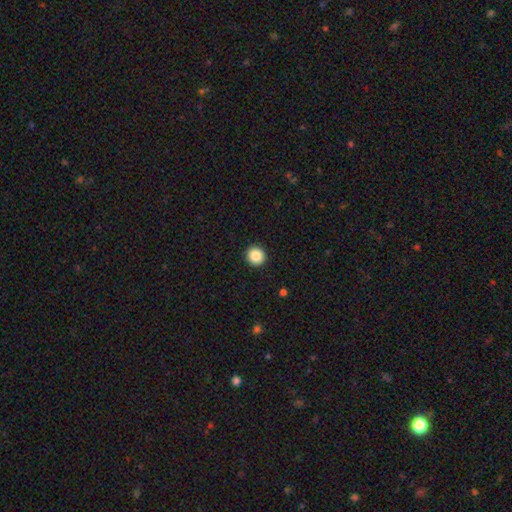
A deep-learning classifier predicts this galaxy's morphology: smooth-or-featured: smooth: 87% | star or artifact: 9% | featured or disk: 4%
  how-rounded: round: 93% | in between: 6% | cigar-shaped: 1%
  merging: none: 93% | minor disturbance: 4% | major disturbance: 2% | merger: 1%